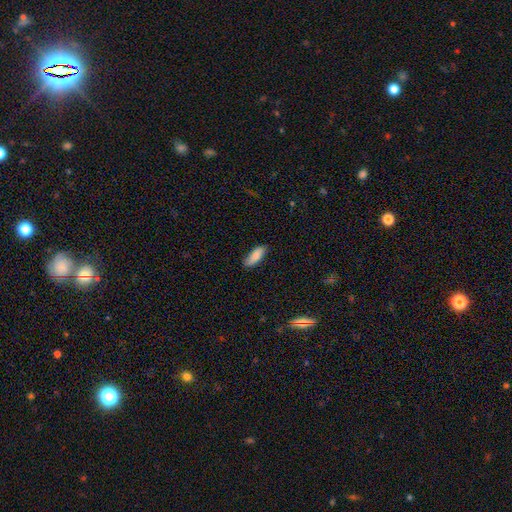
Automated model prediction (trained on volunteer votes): smooth-or-featured: smooth: 86% | featured or disk: 7% | star or artifact: 7%
  how-rounded: in between: 66% | cigar-shaped: 32% | round: 2%
  merging: none: 82% | minor disturbance: 14% | major disturbance: 2% | merger: 1%